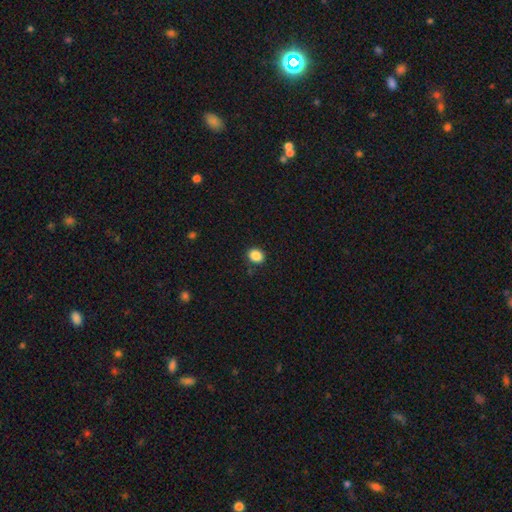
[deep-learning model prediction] smooth-or-featured: smooth: 88% | star or artifact: 9% | featured or disk: 3%
  how-rounded: round: 59% | in between: 40% | cigar-shaped: 1%
  merging: none: 87% | minor disturbance: 9% | major disturbance: 2% | merger: 1%